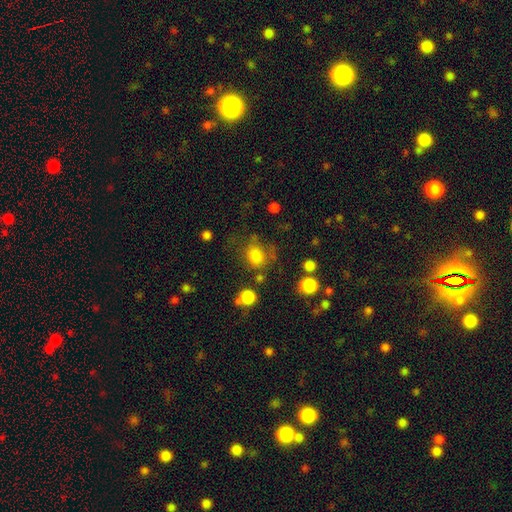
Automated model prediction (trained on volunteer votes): A smooth galaxy with no disk features (78%) that is round (67%).

Vote fractions:
- Smooth or featured? smooth: 78% / star or artifact: 13% / featured or disk: 8%
- How rounded? round: 67% / in between: 32% / cigar-shaped: 1%
- Merging? none: 61% / minor disturbance: 19% / major disturbance: 12% / merger: 8%